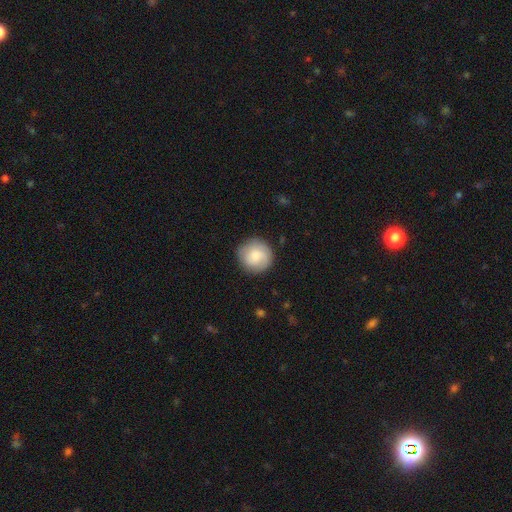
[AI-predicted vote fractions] Morphology: type=smooth (76%); roundness=round (94%); merging=none (86%).